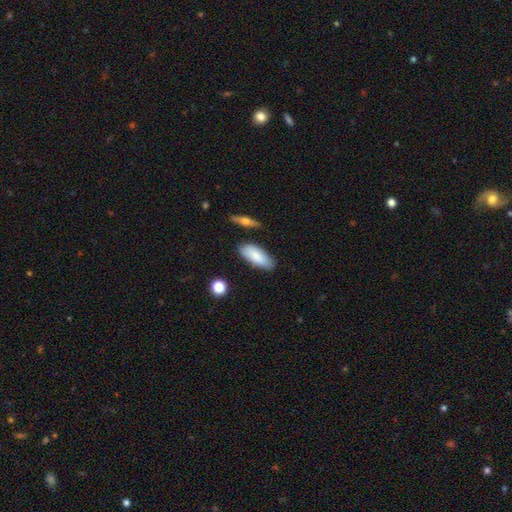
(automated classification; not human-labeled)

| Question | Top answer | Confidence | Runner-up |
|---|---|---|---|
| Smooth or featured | smooth | 83% | featured or disk (11%) |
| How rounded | in between | 79% | cigar-shaped (19%) |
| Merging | none | 80% | minor disturbance (14%) |